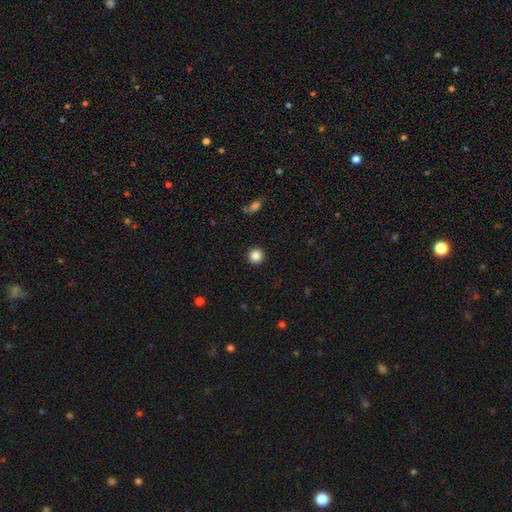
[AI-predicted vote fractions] A smooth galaxy with no disk features (86%) that is round (95%).

Vote fractions:
- Smooth or featured? smooth: 86% / star or artifact: 11% / featured or disk: 4%
- How rounded? round: 95% / in between: 4% / cigar-shaped: 1%
- Merging? none: 92% / minor disturbance: 5% / major disturbance: 2% / merger: 1%